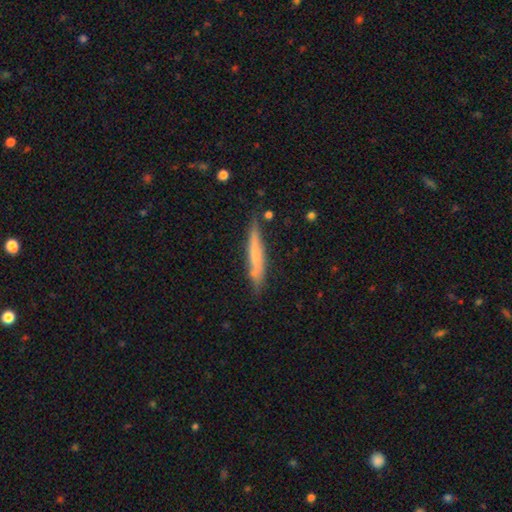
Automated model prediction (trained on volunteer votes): smooth_or_featured: smooth (p=0.55) [alt: featured or disk p=0.39]
how_rounded: cigar-shaped (p=0.93) [alt: in between p=0.06]
merging: none (p=0.76) [alt: minor disturbance p=0.17]